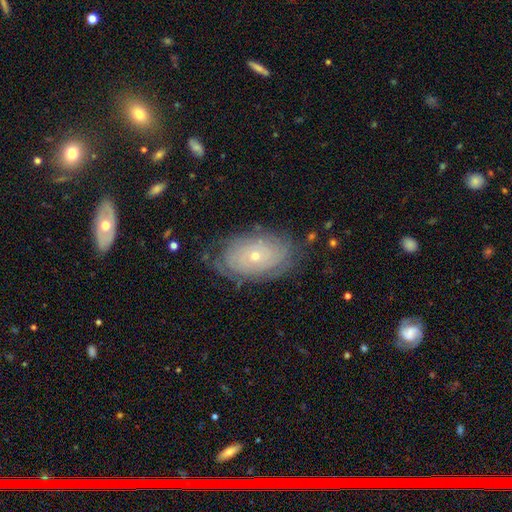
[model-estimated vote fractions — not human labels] This appears to be a featured or disk galaxy (62%) with no bar (88%), spiral arms (71%) and a small central bulge (72%). Merging: none (72%).